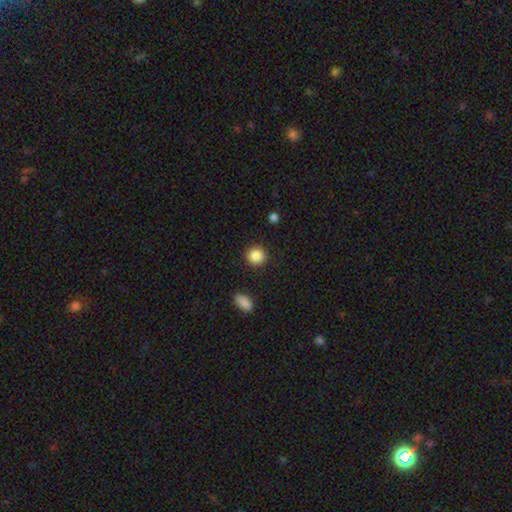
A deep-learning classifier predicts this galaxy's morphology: This appears to be a smooth galaxy with no disk features (87%) that is round (90%). Merging: none (90%).